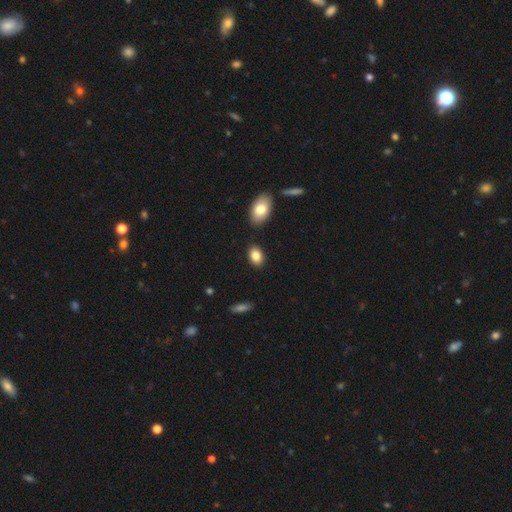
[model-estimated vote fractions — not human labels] smooth-or-featured: smooth: 83% | featured or disk: 9% | star or artifact: 8%
  how-rounded: in between: 86% | round: 13% | cigar-shaped: 2%
  merging: none: 85% | minor disturbance: 9% | merger: 4% | major disturbance: 2%